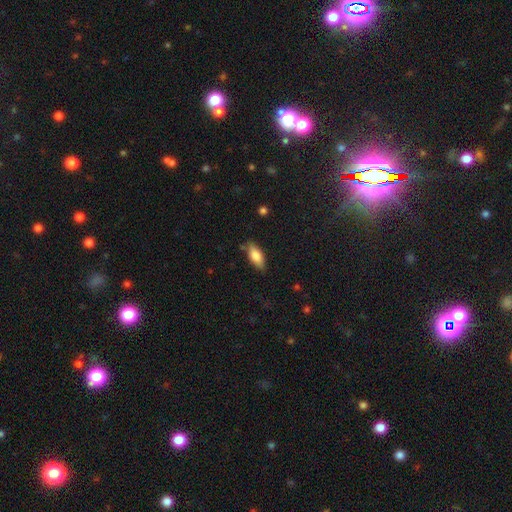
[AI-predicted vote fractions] This is likely a smooth galaxy (79%). How rounded: clearly in between (80%). Merging: likely none (80%).